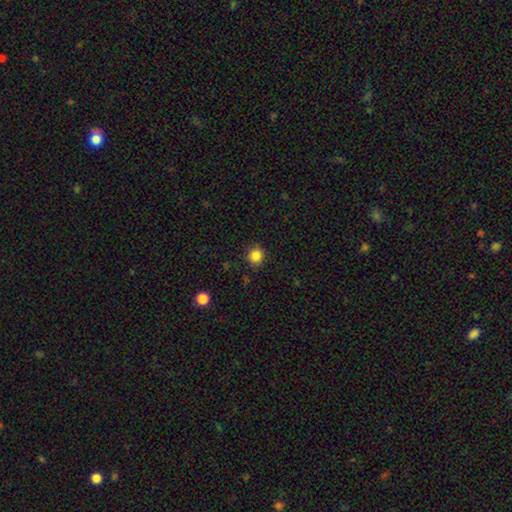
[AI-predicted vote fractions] This is clearly a smooth galaxy (85%). How rounded: clearly round (88%). Merging: clearly none (88%).